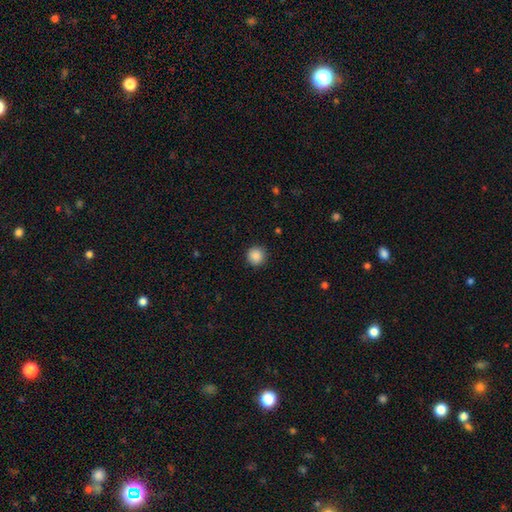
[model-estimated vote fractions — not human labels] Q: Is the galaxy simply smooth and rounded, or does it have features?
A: smooth — 88%.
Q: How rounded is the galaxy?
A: round — 95%.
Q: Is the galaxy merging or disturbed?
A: none — 91%.